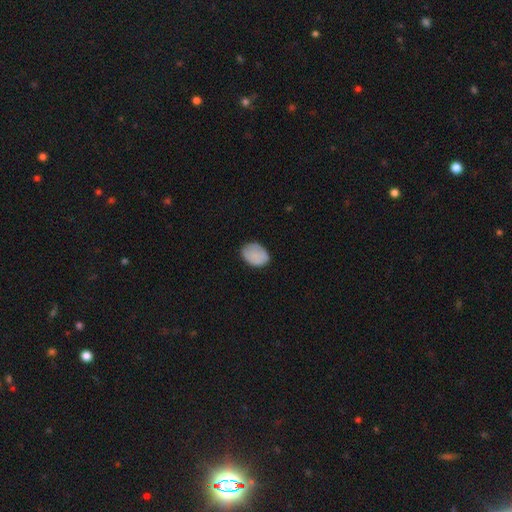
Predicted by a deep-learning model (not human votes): This appears to be a smooth galaxy with no disk features (84%) that is in between round and cigar-shaped (70%). Merging: none (77%).